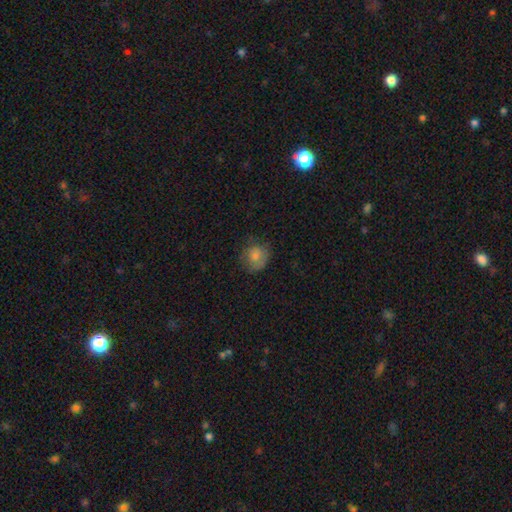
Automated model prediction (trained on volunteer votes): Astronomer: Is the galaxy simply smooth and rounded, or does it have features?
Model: smooth — 78%.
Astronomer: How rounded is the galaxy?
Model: round — 74%.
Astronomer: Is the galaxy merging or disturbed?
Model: none — 63%.